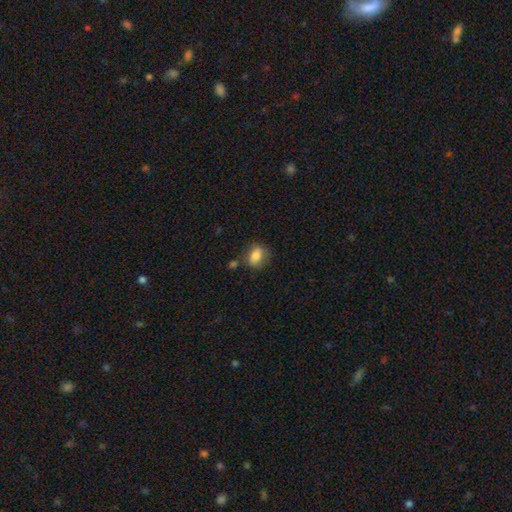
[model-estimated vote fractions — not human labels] smooth_or_featured: smooth (p=0.80) [alt: featured or disk p=0.11]
how_rounded: in between (p=0.66) [alt: round p=0.32]
merging: none (p=0.69) [alt: minor disturbance p=0.18]